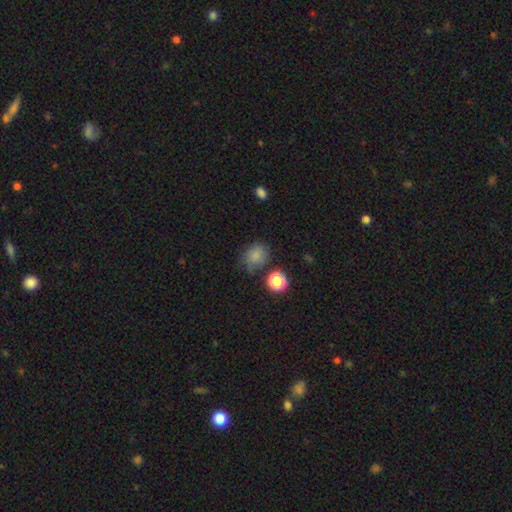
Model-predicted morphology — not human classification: Q: Smooth or featured?
A: smooth (76%); runner-up: star or artifact (13%)
Q: How rounded?
A: round (59%); runner-up: in between (40%)
Q: Merging?
A: none (57%); runner-up: minor disturbance (27%)